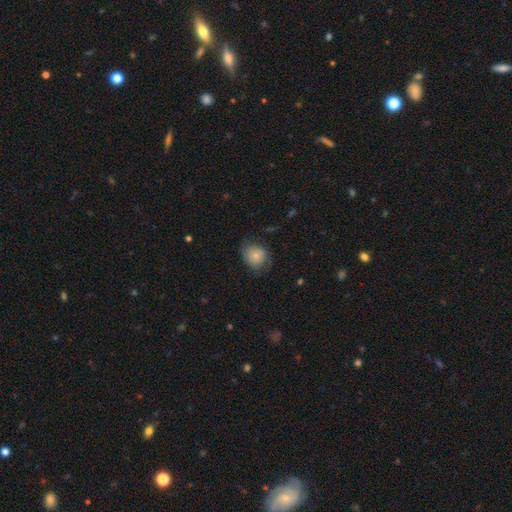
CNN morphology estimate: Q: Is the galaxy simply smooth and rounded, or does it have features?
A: smooth — 74%.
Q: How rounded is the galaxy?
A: round — 68%.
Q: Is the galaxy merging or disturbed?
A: none — 63%.